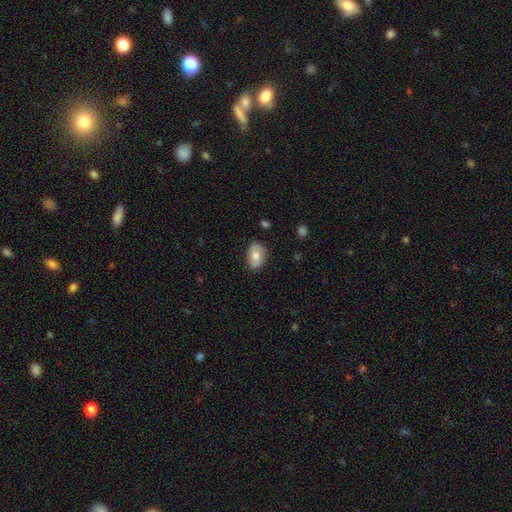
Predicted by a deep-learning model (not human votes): Q: Smooth or featured?
A: smooth (71%); runner-up: featured or disk (22%)
Q: How rounded?
A: in between (86%); runner-up: round (13%)
Q: Merging?
A: none (80%); runner-up: minor disturbance (16%)